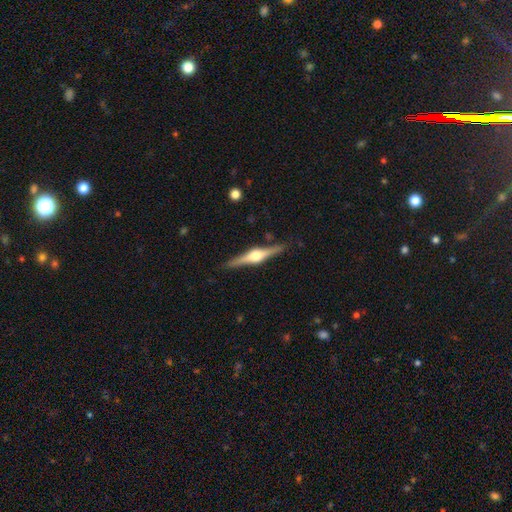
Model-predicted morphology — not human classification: The model was most divided on "smooth or featured": featured or disk: 82%, smooth: 13%, star or artifact: 5%. More confident: edge-on disk — yes (98%); edge-on bulge — rounded (94%); merging — none (89%).